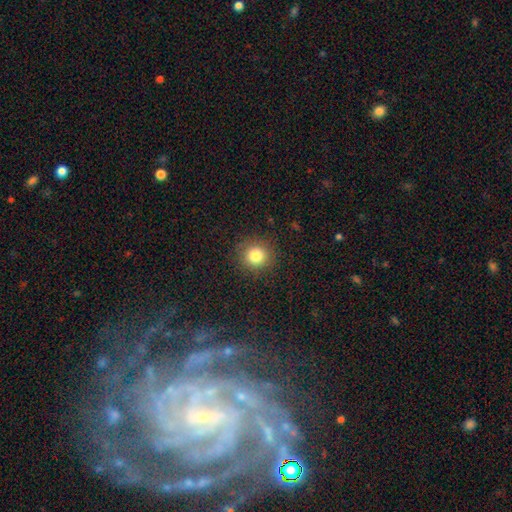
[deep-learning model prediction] A smooth galaxy with no disk features (82%) that is round (92%). Merging: none (90%).